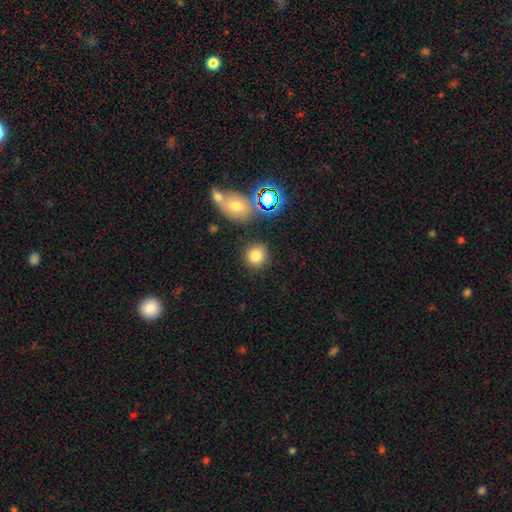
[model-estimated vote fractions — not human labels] This is likely a smooth galaxy (78%). How rounded: clearly round (89%). Merging: clearly none (82%).